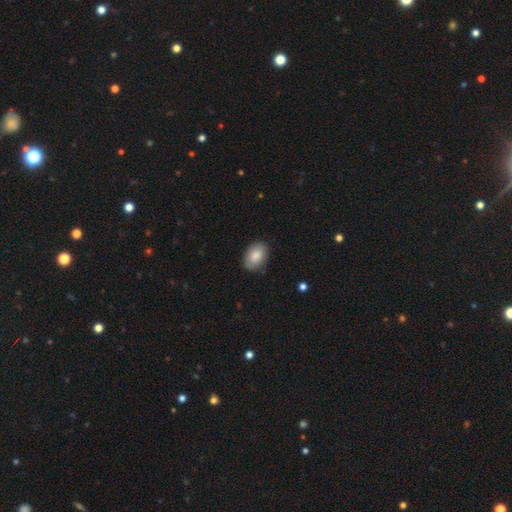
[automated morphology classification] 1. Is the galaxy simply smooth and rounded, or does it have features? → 86% smooth, 7% featured or disk, 6% star or artifact.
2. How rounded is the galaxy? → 86% in between, 13% round, 1% cigar-shaped.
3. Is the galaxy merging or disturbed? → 84% none, 13% minor disturbance, 3% major disturbance, 1% merger.